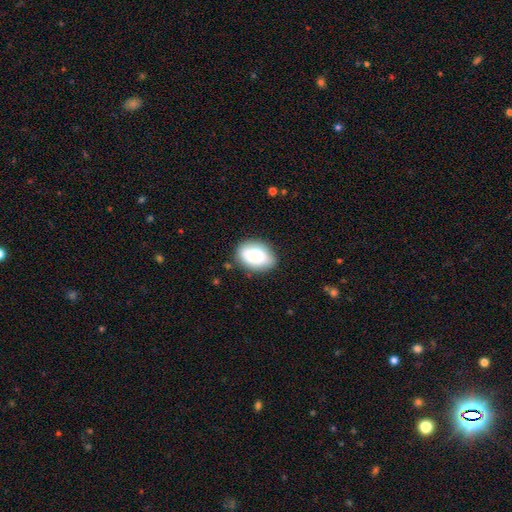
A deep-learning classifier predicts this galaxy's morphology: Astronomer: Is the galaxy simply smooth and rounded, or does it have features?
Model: smooth — 76%.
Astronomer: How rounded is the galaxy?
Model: in between — 82%.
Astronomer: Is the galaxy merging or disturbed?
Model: none — 76%.